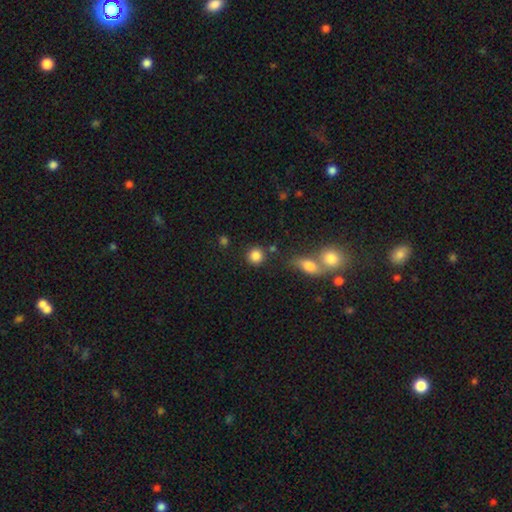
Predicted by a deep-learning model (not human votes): Smooth or featured?
  - smooth: 85% *
  - star or artifact: 10%
  - featured or disk: 5%
How rounded?
  - round: 89% *
  - in between: 10%
  - cigar-shaped: 1%
Merging?
  - none: 79% *
  - minor disturbance: 9%
  - merger: 8%
  - major disturbance: 4%